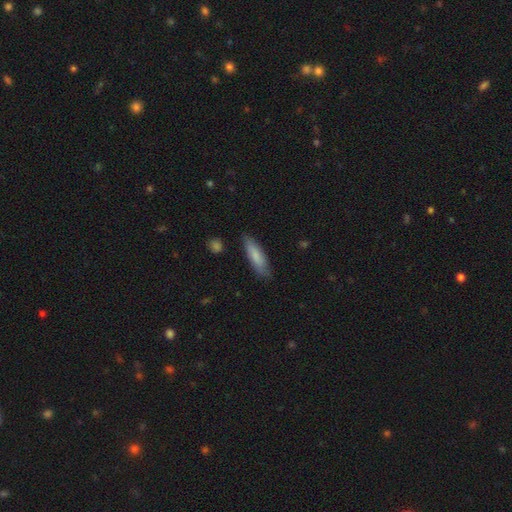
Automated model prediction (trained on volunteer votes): Smooth or featured? smooth (81%)
How rounded? cigar-shaped (63%)
Merging? none (80%)